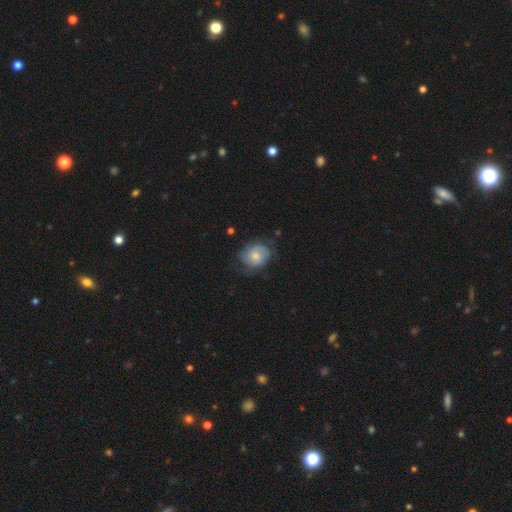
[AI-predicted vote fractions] Smooth or featured? Predicted: smooth (p=0.46, tied with featured or disk). Merging? Predicted: none (p=0.57).